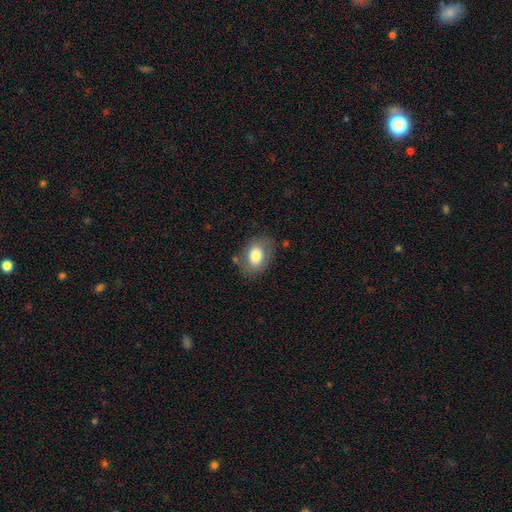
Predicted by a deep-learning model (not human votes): smooth_or_featured: smooth (p=0.73) [alt: featured or disk p=0.19]
how_rounded: in between (p=0.75) [alt: round p=0.24]
merging: none (p=0.72) [alt: minor disturbance p=0.18]